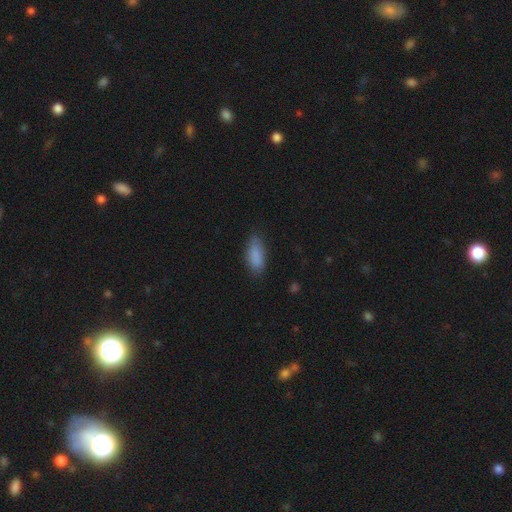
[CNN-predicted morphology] This appears to be a smooth galaxy with no disk features (87%) that is in between round and cigar-shaped (79%). Merging: none (74%).